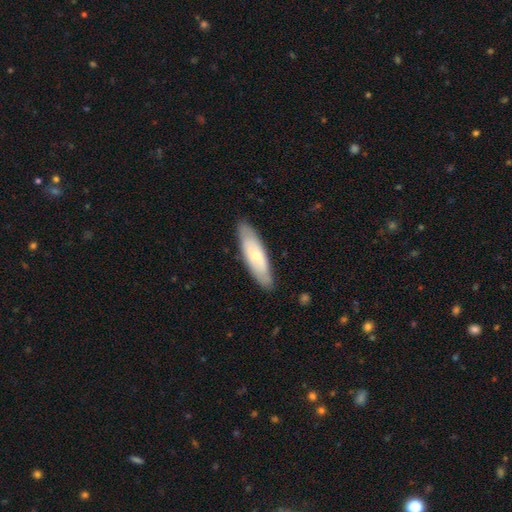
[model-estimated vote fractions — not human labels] The model was most divided on "how rounded": cigar-shaped: 53%, in between: 45%, round: 2%. More confident: merging — none (86%); smooth or featured — smooth (53%).